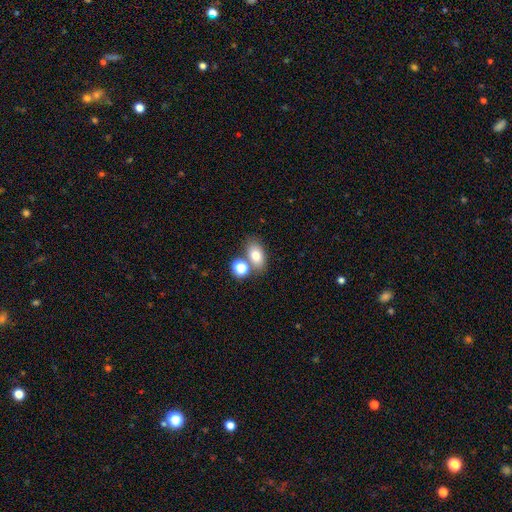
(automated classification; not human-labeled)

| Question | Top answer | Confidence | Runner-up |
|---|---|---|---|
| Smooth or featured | smooth | 76% | featured or disk (13%) |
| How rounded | in between | 81% | round (17%) |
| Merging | none | 61% | merger (24%) |